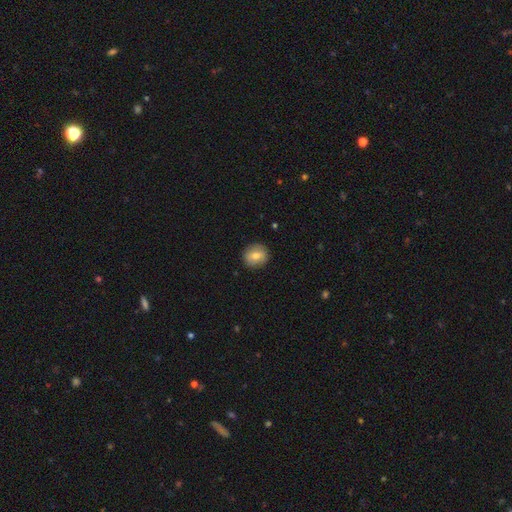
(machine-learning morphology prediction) Smooth or featured: smooth — 70% (featured or disk — 21%)
How rounded: round — 83% (in between — 16%)
Merging: none — 90% (minor disturbance — 8%)